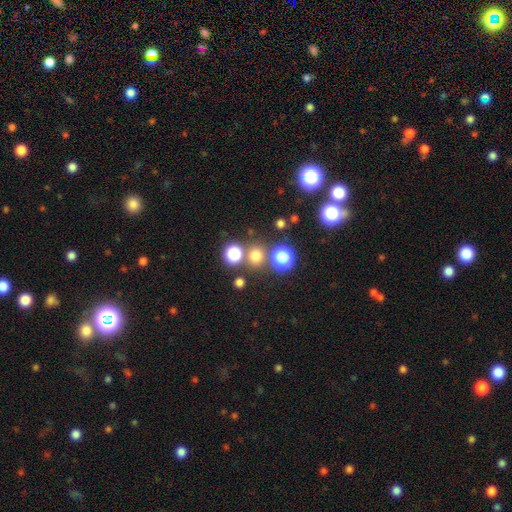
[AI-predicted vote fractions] This appears to be a smooth galaxy with no disk features (66%) that is round (86%). Merging: none (75%).